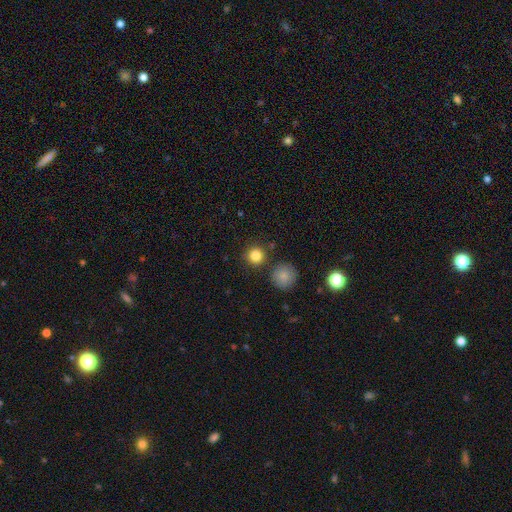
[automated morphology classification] A smooth galaxy with no disk features (83%) that is round (94%).

Vote fractions:
- Smooth or featured? smooth: 83% / star or artifact: 12% / featured or disk: 5%
- How rounded? round: 94% / in between: 5% / cigar-shaped: 1%
- Merging? none: 84% / minor disturbance: 7% / merger: 7% / major disturbance: 3%